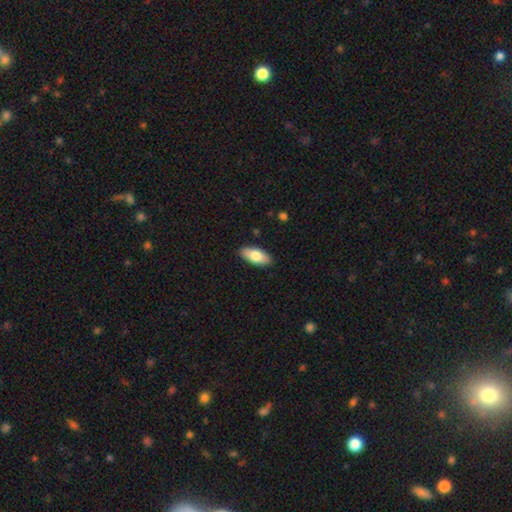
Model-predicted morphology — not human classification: This is likely a smooth galaxy (76%). How rounded: clearly in between (87%). Merging: clearly none (89%).